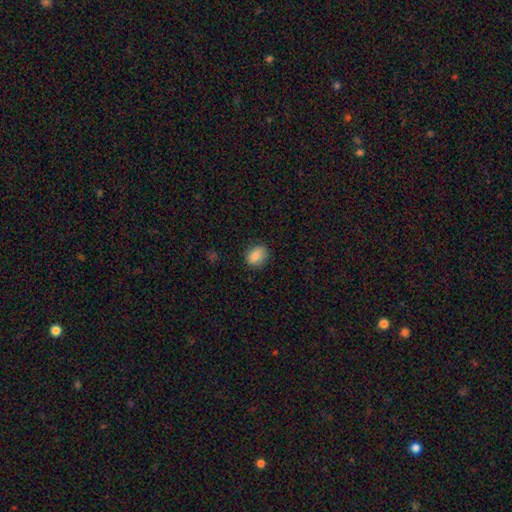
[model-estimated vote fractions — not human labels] Smooth or featured: smooth — 86% (star or artifact — 8%)
How rounded: in between — 61% (round — 38%)
Merging: none — 83% (minor disturbance — 13%)